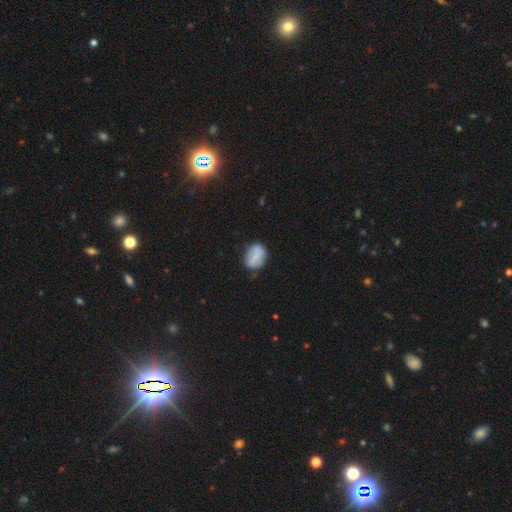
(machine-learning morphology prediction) Overall: smooth (64%; featured or disk 28%). How rounded: in between (67%; round 31%). Merging: none (73%).